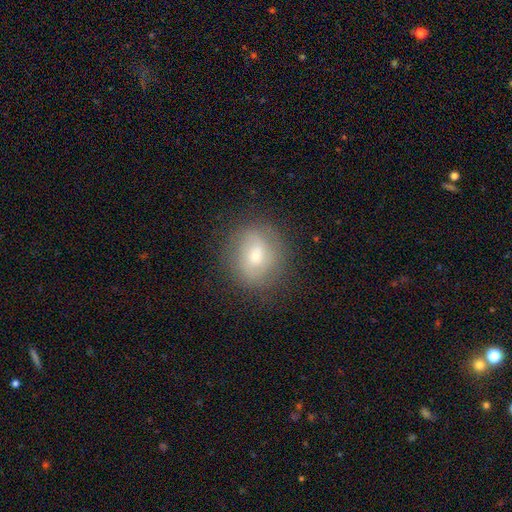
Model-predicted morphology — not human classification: The model was most divided on "smooth or featured": smooth: 47%, featured or disk: 43%, star or artifact: 10%. More confident: merging — none (79%).